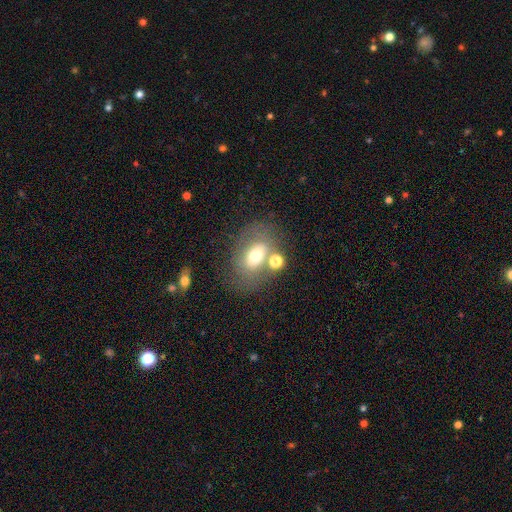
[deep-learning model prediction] This is possibly a smooth galaxy (58%). How rounded: likely in between (74%). Merging: possibly none (54%).